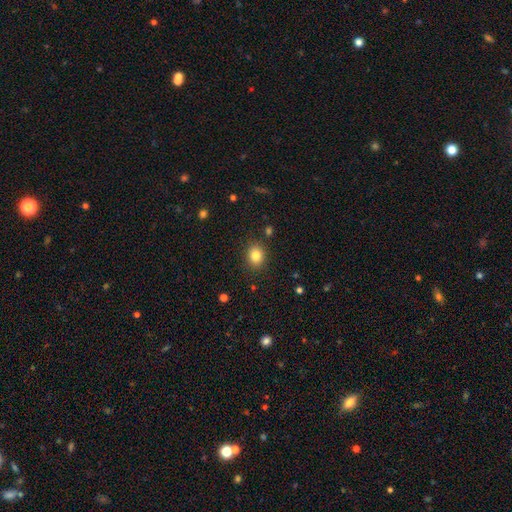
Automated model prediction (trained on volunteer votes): Smooth or featured: smooth — 83% (star or artifact — 11%)
How rounded: round — 58% (in between — 41%)
Merging: none — 88% (minor disturbance — 8%)